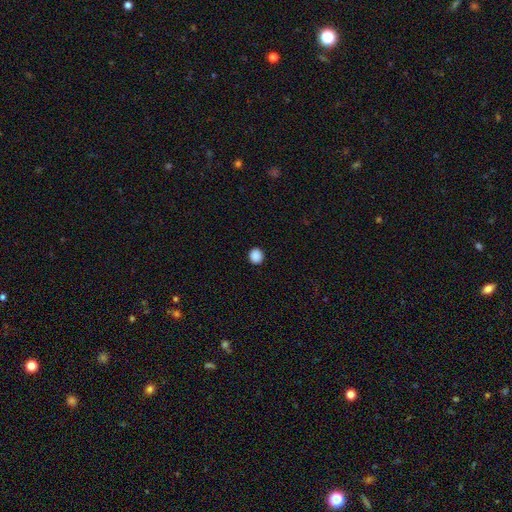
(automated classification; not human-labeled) Smooth or featured? smooth (88%)
How rounded? round (90%)
Merging? none (93%)